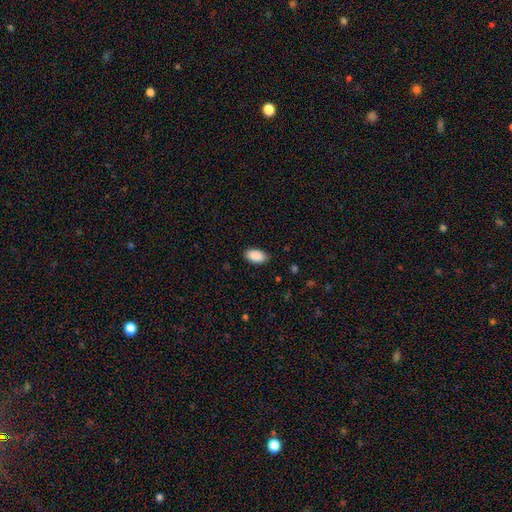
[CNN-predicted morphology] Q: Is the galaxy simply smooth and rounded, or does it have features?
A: smooth — 90%.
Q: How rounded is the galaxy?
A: in between — 95%.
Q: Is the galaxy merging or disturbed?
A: none — 87%.